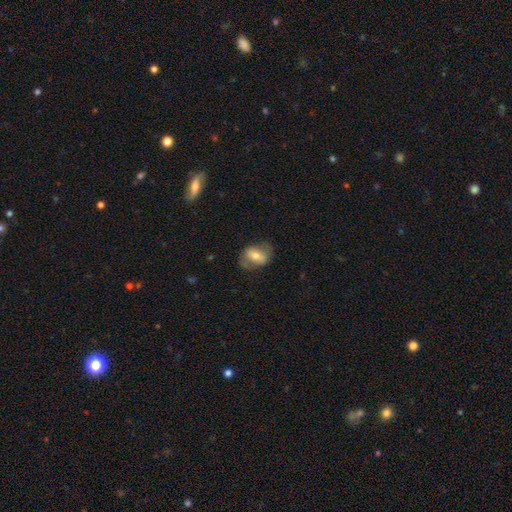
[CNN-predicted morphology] This is possibly a smooth galaxy (57%). How rounded: likely in between (74%). Merging: likely none (69%).